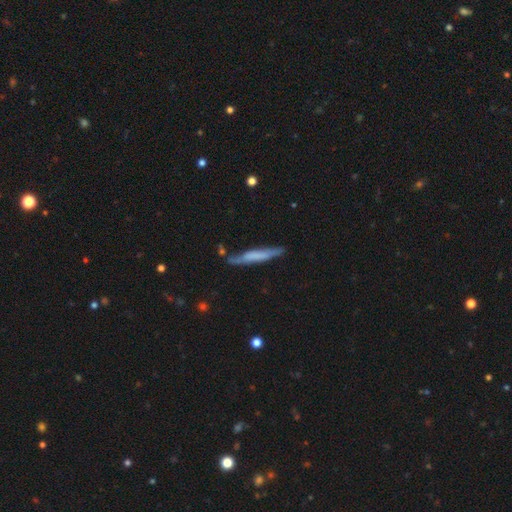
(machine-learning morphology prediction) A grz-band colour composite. It shows a smooth galaxy with no disk features (50%). Merging: none (72%).